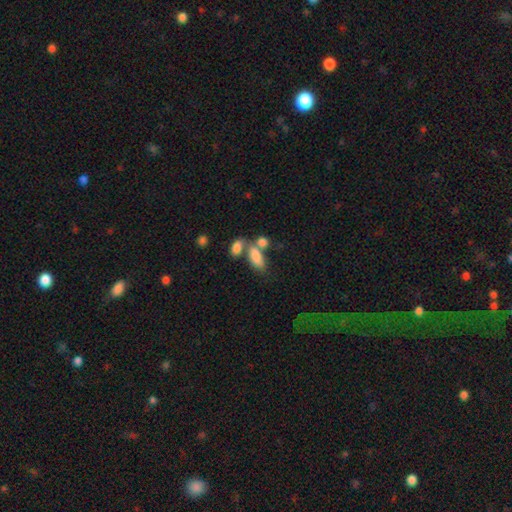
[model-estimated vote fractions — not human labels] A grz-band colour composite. It shows a smooth galaxy with no disk features (82%) that is in between round and cigar-shaped (84%). Merging: merger (43%).